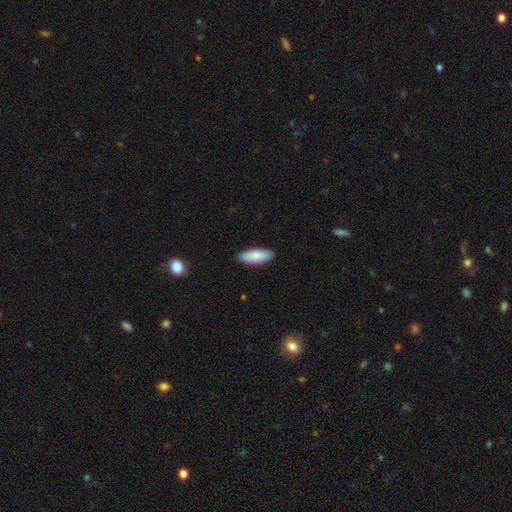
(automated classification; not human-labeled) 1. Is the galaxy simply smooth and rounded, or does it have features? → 86% smooth, 9% featured or disk, 5% star or artifact.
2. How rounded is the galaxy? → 72% in between, 27% cigar-shaped, 2% round.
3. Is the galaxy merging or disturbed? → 89% none, 8% minor disturbance, 2% major disturbance, 1% merger.